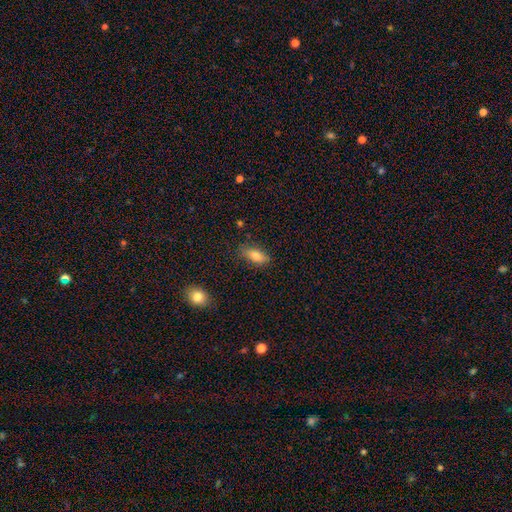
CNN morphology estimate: Smooth or featured? Predicted: smooth (p=0.77). How rounded? Predicted: in between (p=0.81). Merging? Predicted: none (p=0.82).